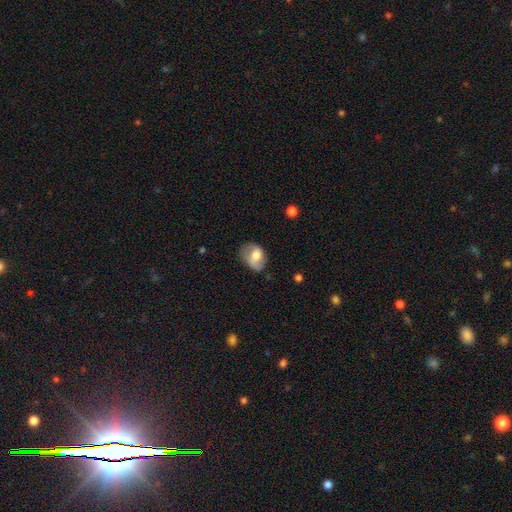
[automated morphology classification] smooth-or-featured: smooth: 54% | featured or disk: 38% | star or artifact: 8%
  how-rounded: in between: 71% | round: 28% | cigar-shaped: 1%
  merging: none: 54% | minor disturbance: 30% | major disturbance: 14% | merger: 2%